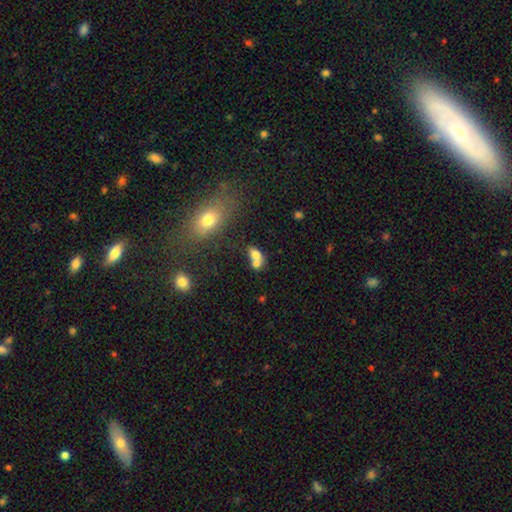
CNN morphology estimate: Smooth or featured? Predicted: smooth (p=0.73). How rounded? Predicted: in between (p=0.70). Merging? Predicted: merger (p=0.60).